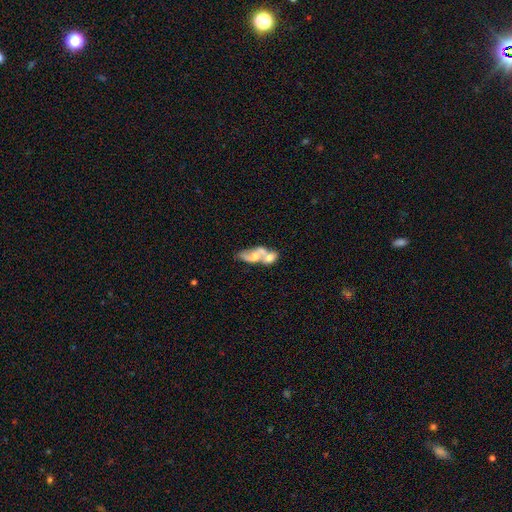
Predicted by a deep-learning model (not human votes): Smooth or featured?
  - featured or disk: 53% *
  - smooth: 39%
  - star or artifact: 8%
Edge-on disk?
  - no: 92% *
  - yes: 8%
Merging?
  - merger: 72% *
  - none: 13%
  - major disturbance: 8%
  - minor disturbance: 7%